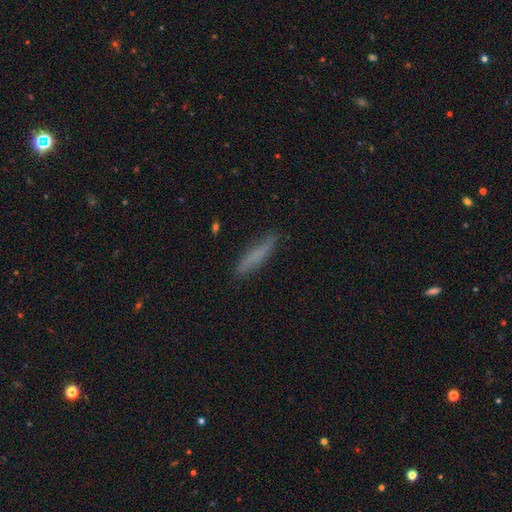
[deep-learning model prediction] The model was most divided on "smooth or featured": smooth: 70%, featured or disk: 21%, star or artifact: 8%. More confident: how rounded — cigar-shaped (87%); merging — none (82%).